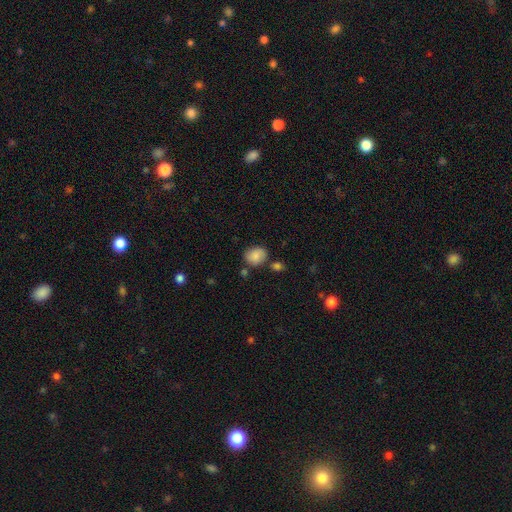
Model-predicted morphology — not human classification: type=smooth (84%); roundness=round (55%); merging=none (69%).